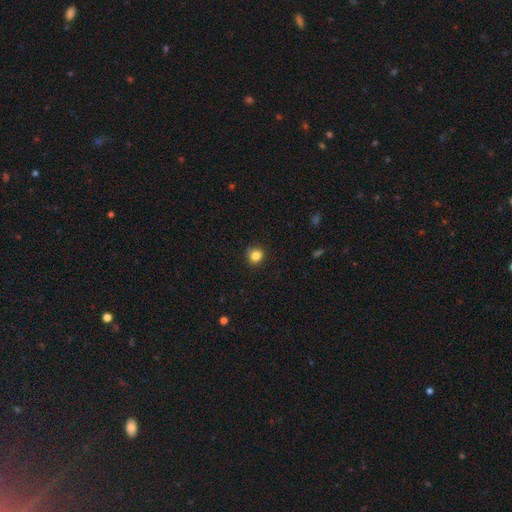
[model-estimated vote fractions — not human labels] A smooth galaxy with no disk features (84%) that is round (84%). Merging: none (84%).